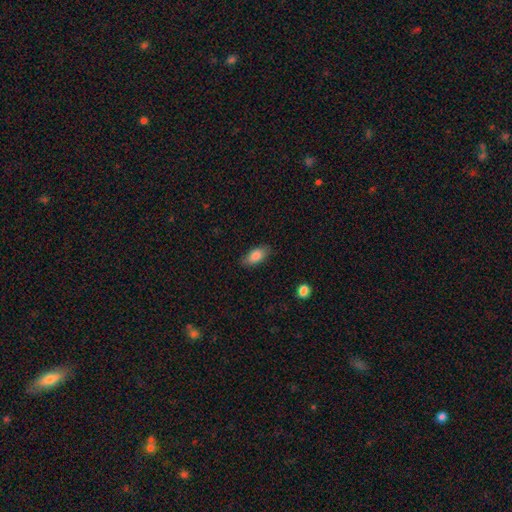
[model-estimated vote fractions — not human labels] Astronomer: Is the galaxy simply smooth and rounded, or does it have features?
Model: smooth — 85%.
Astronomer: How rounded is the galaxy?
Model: in between — 89%.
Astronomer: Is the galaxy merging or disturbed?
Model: none — 83%.